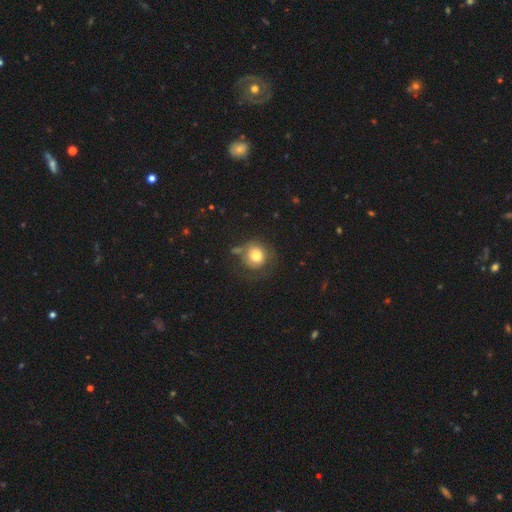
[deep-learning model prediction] This appears to be a smooth galaxy with no disk features (76%) that is round (86%). Merging: none (58%).